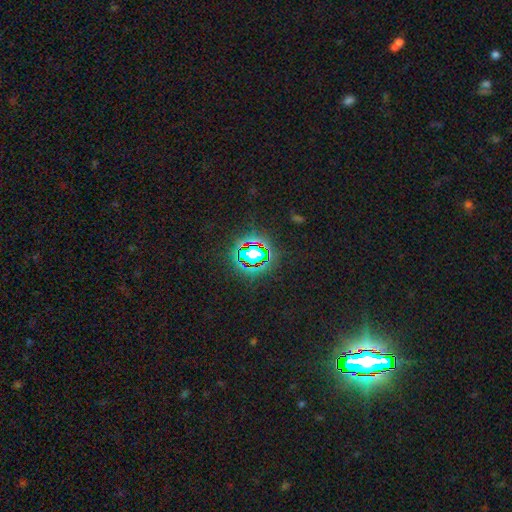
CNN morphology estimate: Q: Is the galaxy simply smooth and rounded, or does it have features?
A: star or artifact — 73%.